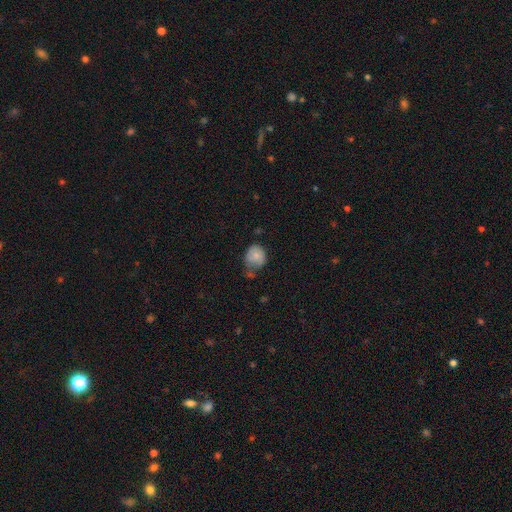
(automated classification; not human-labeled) smooth 78%, featured or disk 14%, star or artifact 8%. Down the decision tree: how rounded — round (68%); merging — none (46%).